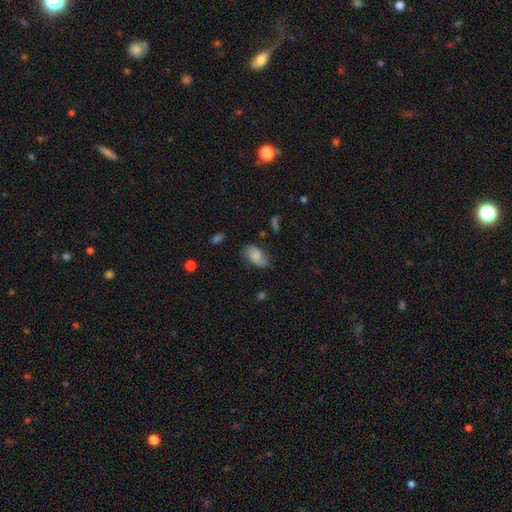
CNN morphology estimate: A smooth galaxy with no disk features (46%).

Vote fractions:
- Smooth or featured? smooth: 46% / featured or disk: 45% / star or artifact: 9%
- Merging? none: 70% / minor disturbance: 21% / major disturbance: 7% / merger: 2%